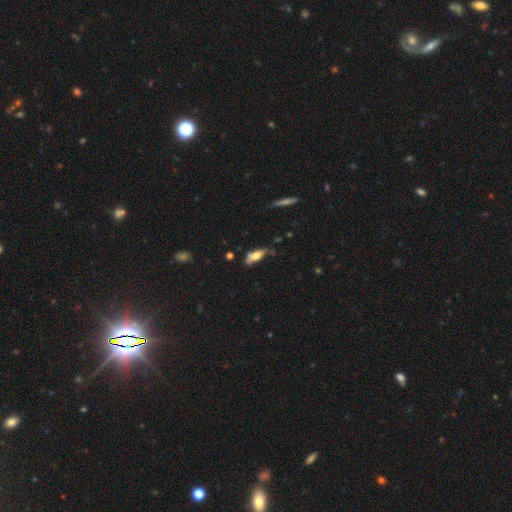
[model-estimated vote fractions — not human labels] The model was most divided on "merging": none: 38%, minor disturbance: 30%, major disturbance: 19%, merger: 13%. More confident: how rounded — in between (64%); smooth or featured — smooth (51%).